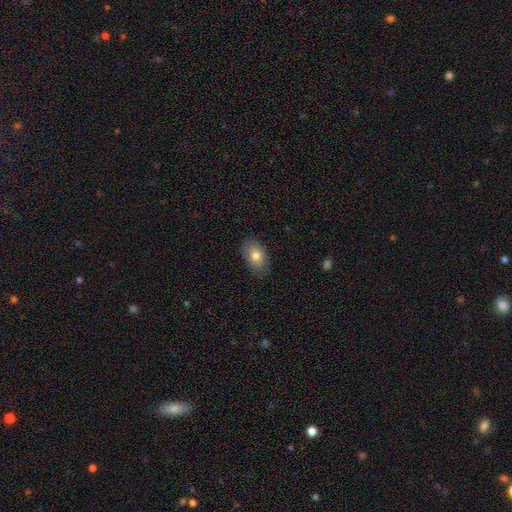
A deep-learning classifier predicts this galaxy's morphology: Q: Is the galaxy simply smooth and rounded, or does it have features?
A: smooth — 78%.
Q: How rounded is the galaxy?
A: in between — 90%.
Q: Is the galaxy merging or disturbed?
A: none — 84%.